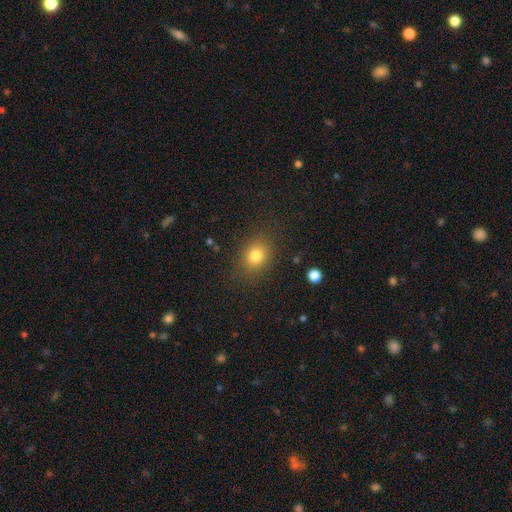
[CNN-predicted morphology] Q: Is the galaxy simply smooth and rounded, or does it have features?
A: smooth — 79%.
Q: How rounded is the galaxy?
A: round — 52%.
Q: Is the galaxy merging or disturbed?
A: none — 83%.